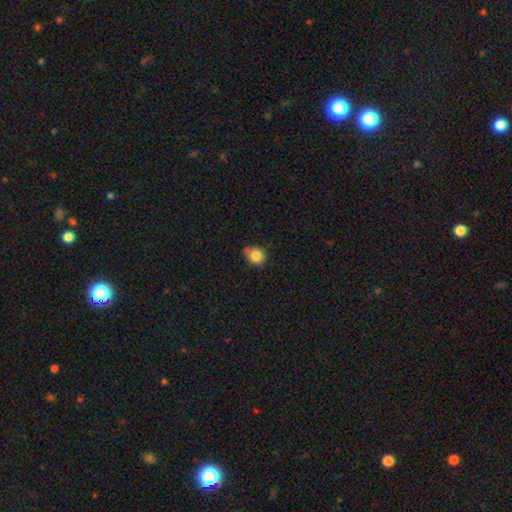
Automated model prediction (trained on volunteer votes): A smooth galaxy with no disk features (84%) that is round (77%).

Vote fractions:
- Smooth or featured? smooth: 84% / star or artifact: 10% / featured or disk: 6%
- How rounded? round: 77% / in between: 22% / cigar-shaped: 1%
- Merging? none: 64% / minor disturbance: 24% / merger: 8% / major disturbance: 4%